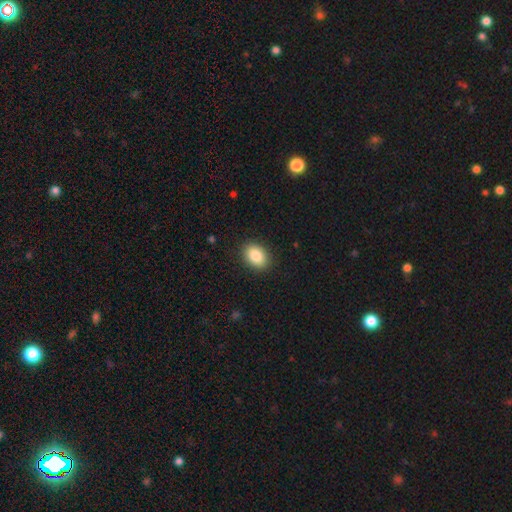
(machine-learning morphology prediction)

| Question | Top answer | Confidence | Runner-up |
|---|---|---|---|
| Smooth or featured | smooth | 86% | star or artifact (8%) |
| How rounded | in between | 77% | round (22%) |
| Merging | none | 89% | minor disturbance (8%) |